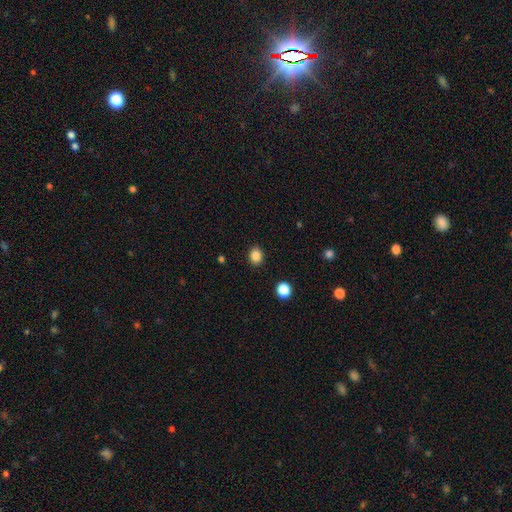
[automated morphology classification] Q: Smooth or featured?
A: smooth (86%); runner-up: star or artifact (11%)
Q: How rounded?
A: round (58%); runner-up: in between (42%)
Q: Merging?
A: none (90%); runner-up: minor disturbance (7%)